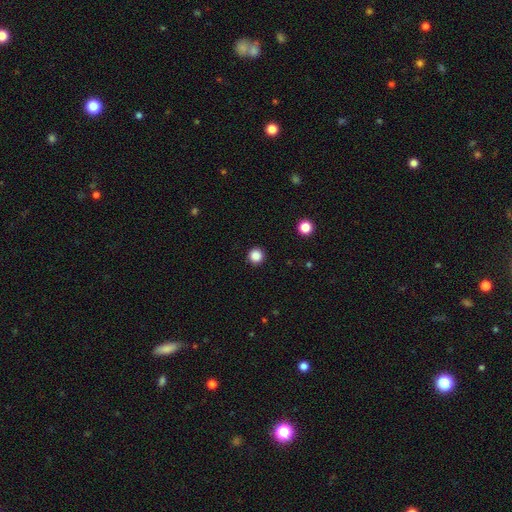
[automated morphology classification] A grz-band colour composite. It shows a smooth galaxy with no disk features (86%) that is round (96%). Merging: none (93%).